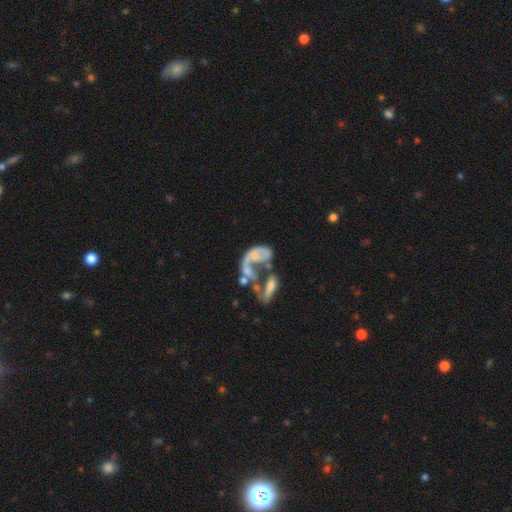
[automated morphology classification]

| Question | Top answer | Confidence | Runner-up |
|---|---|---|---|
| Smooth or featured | featured or disk | 61% | smooth (29%) |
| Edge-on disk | no | 96% | yes (4%) |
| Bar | no | 81% | weak (14%) |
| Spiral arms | no | 59% | yes (41%) |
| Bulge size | none | 65% | small (17%) |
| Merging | merger | 50% | major disturbance (30%) |